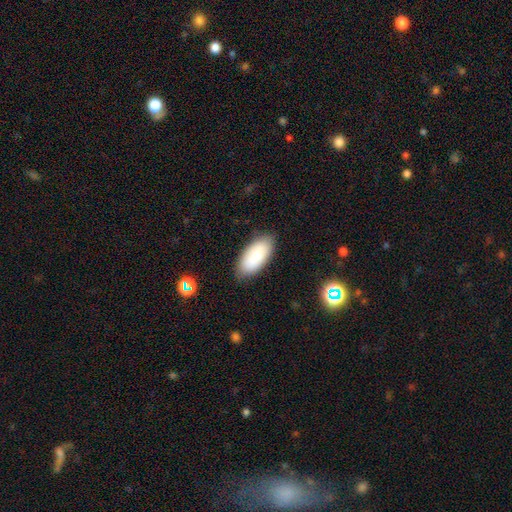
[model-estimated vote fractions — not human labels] Smooth or featured? Predicted: smooth (p=0.79). How rounded? Predicted: in between (p=0.93). Merging? Predicted: none (p=0.83).